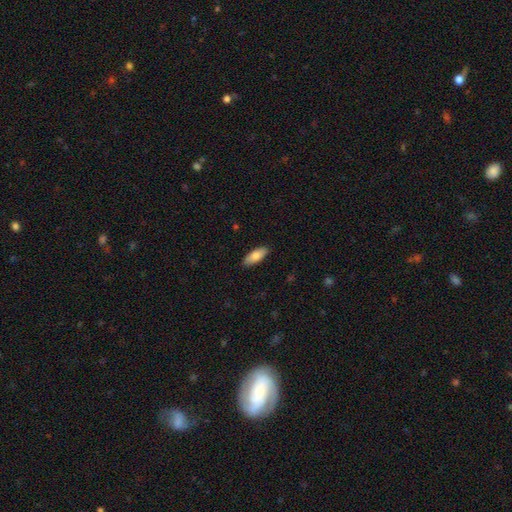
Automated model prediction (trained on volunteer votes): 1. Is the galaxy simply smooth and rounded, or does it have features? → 79% smooth, 15% featured or disk, 6% star or artifact.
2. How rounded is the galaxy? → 77% in between, 21% cigar-shaped, 2% round.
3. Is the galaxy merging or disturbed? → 89% none, 9% minor disturbance, 2% major disturbance, 1% merger.